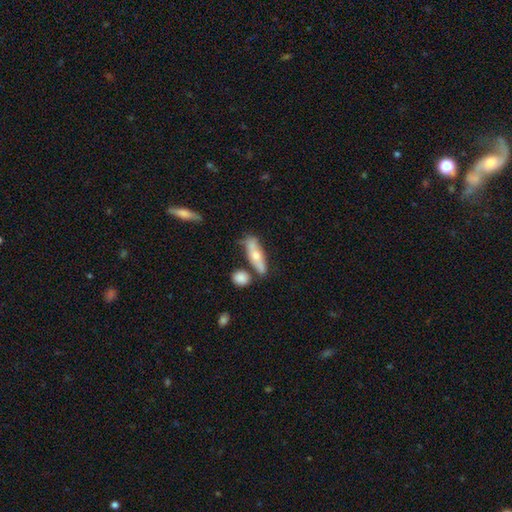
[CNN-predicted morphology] Smooth or featured?
  - smooth: 58% *
  - featured or disk: 36%
  - star or artifact: 6%
How rounded?
  - cigar-shaped: 51% *
  - in between: 46%
  - round: 3%
Merging?
  - none: 55% *
  - minor disturbance: 22%
  - merger: 15%
  - major disturbance: 8%